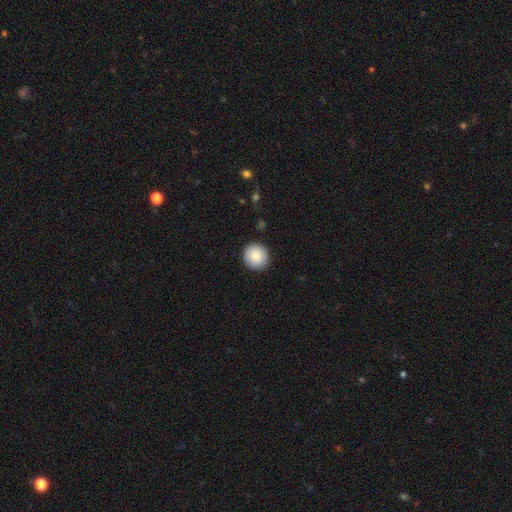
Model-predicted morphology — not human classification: Smooth or featured? Predicted: smooth (p=0.88). How rounded? Predicted: round (p=0.94). Merging? Predicted: none (p=0.91).